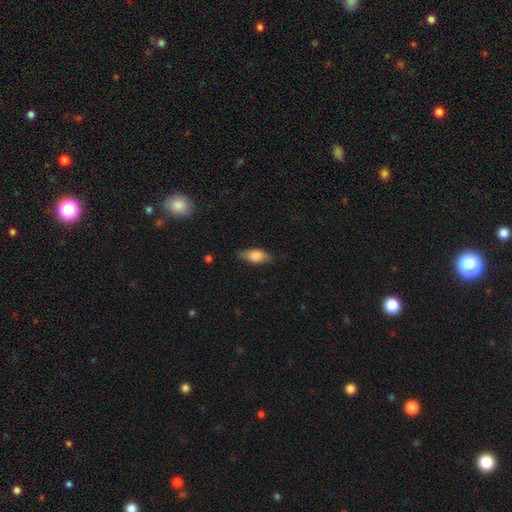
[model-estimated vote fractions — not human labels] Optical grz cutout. It shows a smooth galaxy with no disk features (76%) that is in between round and cigar-shaped (82%). Merging: none (75%).